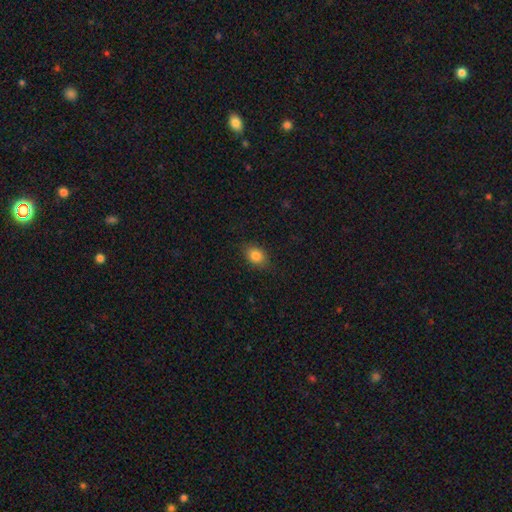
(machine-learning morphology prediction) smooth_or_featured: smooth (p=0.83) [alt: star or artifact p=0.10]
how_rounded: in between (p=0.69) [alt: round p=0.29]
merging: none (p=0.83) [alt: minor disturbance p=0.13]